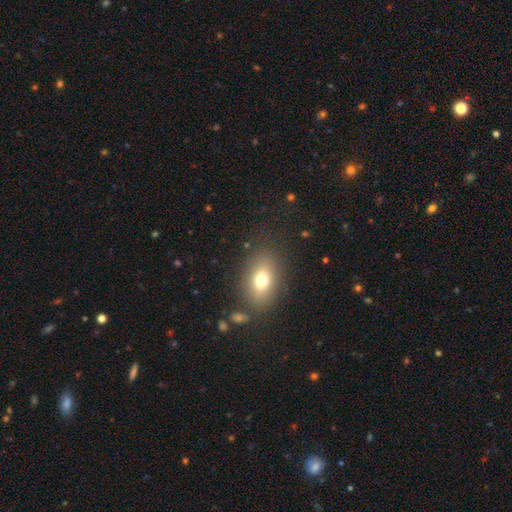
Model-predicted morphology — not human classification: The model was most divided on "smooth or featured": smooth: 69%, star or artifact: 20%, featured or disk: 11%. More confident: merging — none (81%); how rounded — in between (75%).